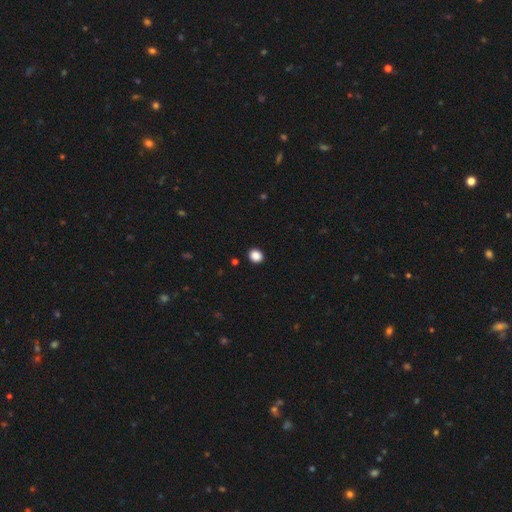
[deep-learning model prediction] Smooth or featured? smooth (87%)
How rounded? round (73%)
Merging? none (92%)